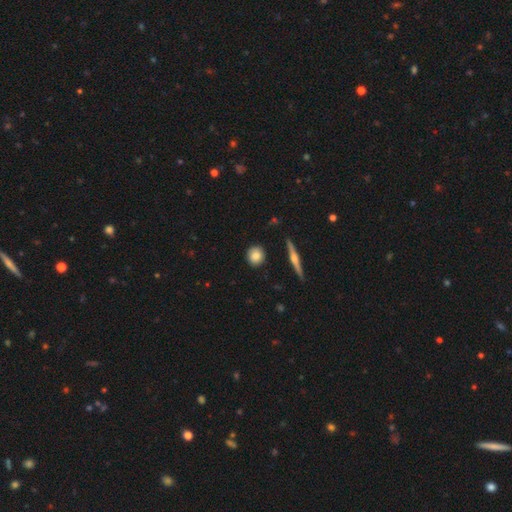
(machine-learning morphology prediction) The model was most divided on "smooth or featured": smooth: 82%, featured or disk: 11%, star or artifact: 7%. More confident: merging — none (89%); how rounded — round (87%).